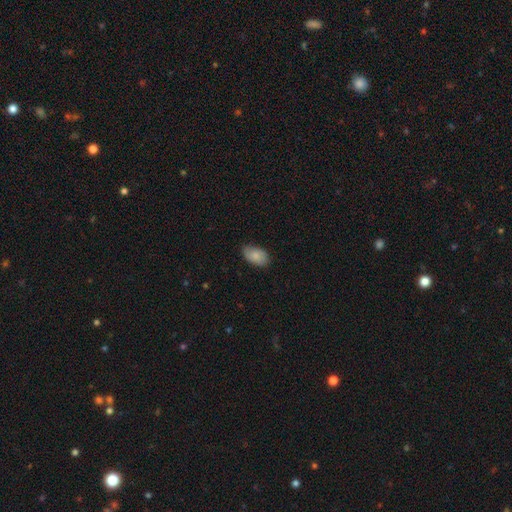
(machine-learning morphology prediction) Smooth or featured? smooth (81%)
How rounded? in between (93%)
Merging? none (74%)